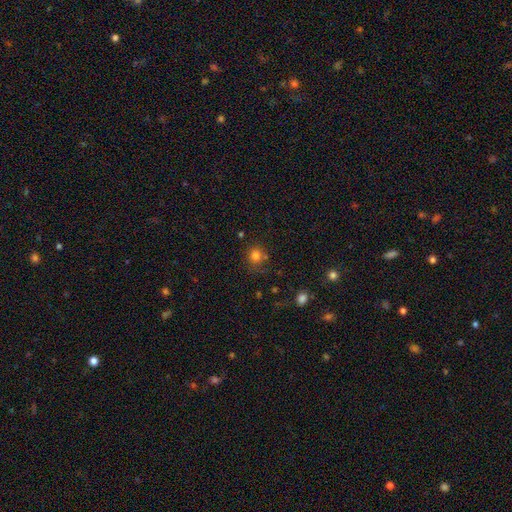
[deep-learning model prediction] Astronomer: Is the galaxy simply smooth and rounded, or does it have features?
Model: smooth — 78%.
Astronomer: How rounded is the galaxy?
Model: round — 86%.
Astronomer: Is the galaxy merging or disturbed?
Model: none — 70%.